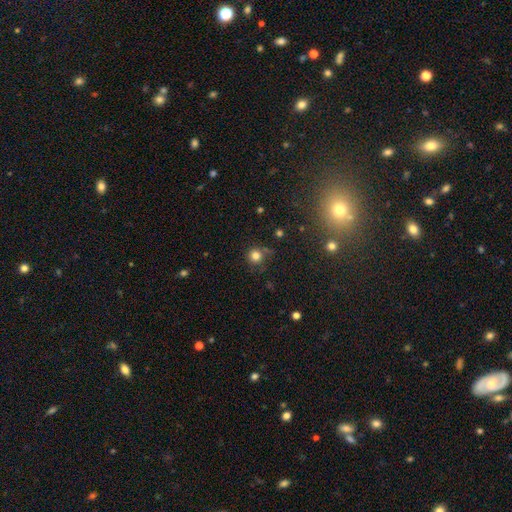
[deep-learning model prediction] Q: Smooth or featured?
A: smooth (80%); runner-up: star or artifact (14%)
Q: How rounded?
A: round (93%); runner-up: in between (6%)
Q: Merging?
A: none (73%); runner-up: minor disturbance (16%)